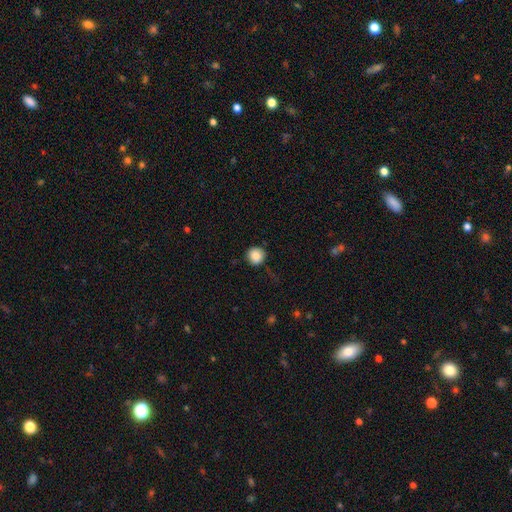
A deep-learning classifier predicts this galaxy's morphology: A smooth galaxy with no disk features (85%) that is round (93%). Merging: none (82%).